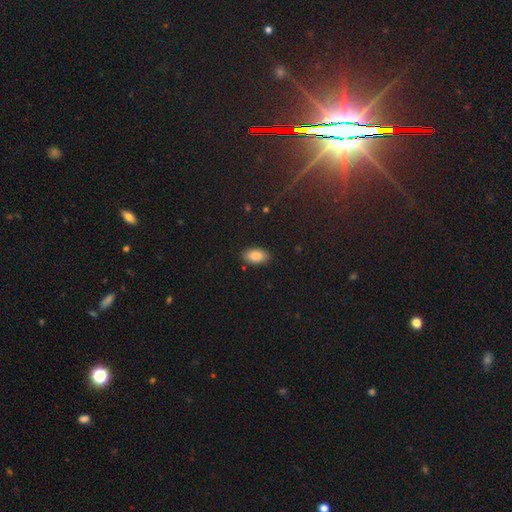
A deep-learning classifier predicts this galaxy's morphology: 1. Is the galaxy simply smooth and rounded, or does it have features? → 83% smooth, 9% featured or disk, 8% star or artifact.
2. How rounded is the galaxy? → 92% in between, 6% round, 2% cigar-shaped.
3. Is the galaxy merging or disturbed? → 88% none, 9% minor disturbance, 2% major disturbance, 1% merger.